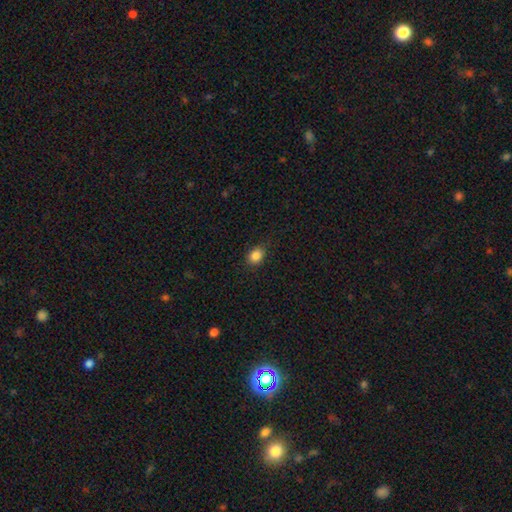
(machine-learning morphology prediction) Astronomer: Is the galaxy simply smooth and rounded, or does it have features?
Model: smooth — 86%.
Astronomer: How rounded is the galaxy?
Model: in between — 56% (runner-up: round, 43%).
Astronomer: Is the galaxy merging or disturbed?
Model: none — 84%.